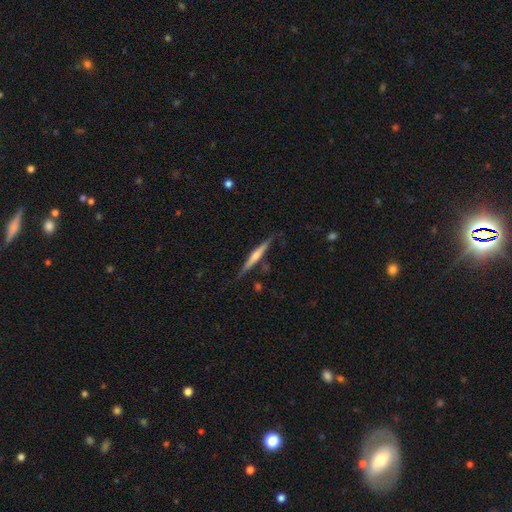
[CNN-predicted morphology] This is possibly a featured or disk galaxy (58%). It is clearly viewed edge-on (97%). Edge-on bulge: likely rounded (61%). Merging: likely none (80%).